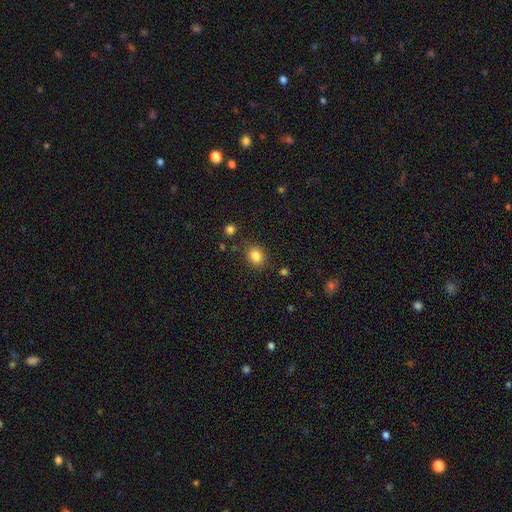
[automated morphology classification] Q: Smooth or featured?
A: smooth (83%); runner-up: star or artifact (11%)
Q: How rounded?
A: round (60%); runner-up: in between (39%)
Q: Merging?
A: none (82%); runner-up: minor disturbance (12%)